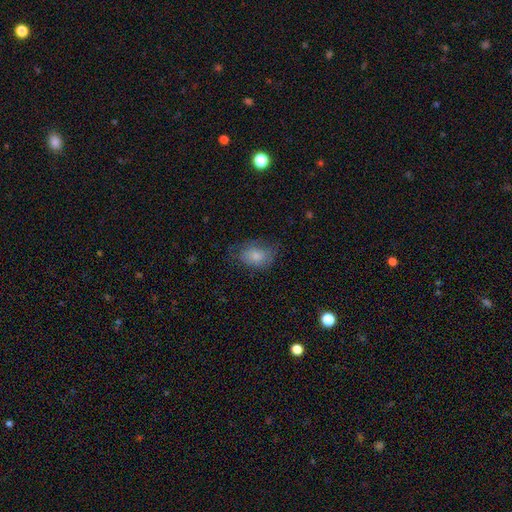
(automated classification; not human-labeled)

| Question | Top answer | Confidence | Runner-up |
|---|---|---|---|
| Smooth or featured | smooth | 75% | featured or disk (17%) |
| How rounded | in between | 78% | round (21%) |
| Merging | none | 59% | minor disturbance (27%) |